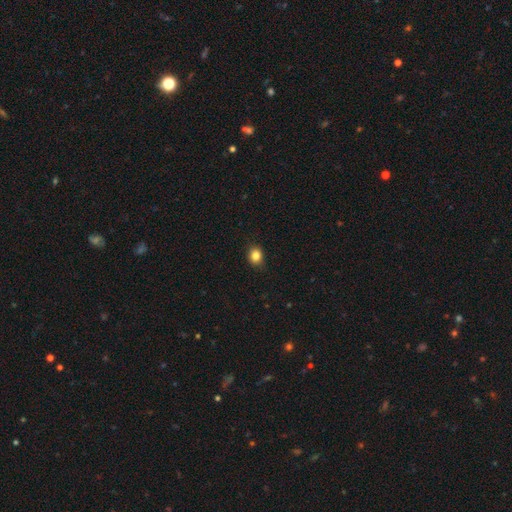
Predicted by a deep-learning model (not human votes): This is clearly a smooth galaxy (85%). How rounded: likely round (64%). Merging: clearly none (87%).